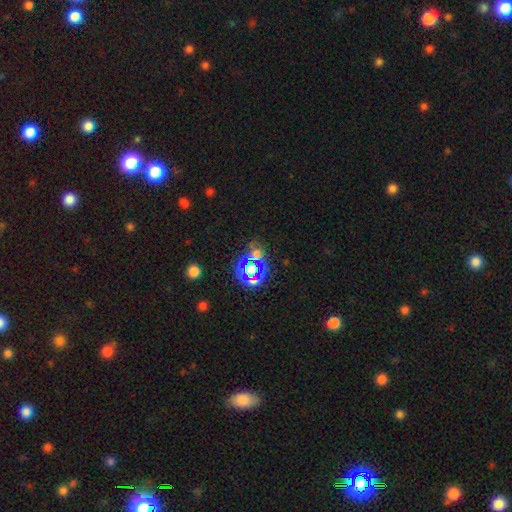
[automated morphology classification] Smooth or featured?
  - star or artifact: 72% *
  - smooth: 19%
  - featured or disk: 9%